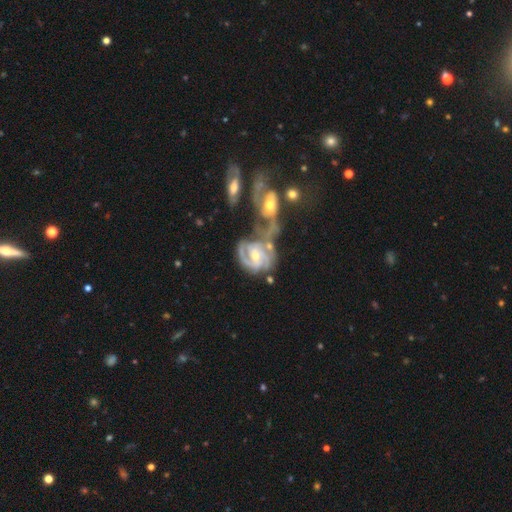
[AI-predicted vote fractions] Smooth or featured? featured or disk (90%)
Edge-on disk? no (98%)
Bar? no (46%)
Spiral arms? yes (97%)
Spiral winding? tight (55%)
Spiral arm count? 2 (38%)
Bulge size? moderate (55%)
Merging? merger (55%)